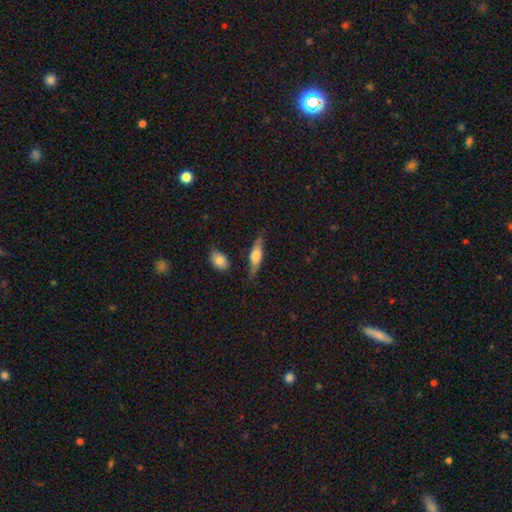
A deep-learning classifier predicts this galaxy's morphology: This is possibly a smooth galaxy (52%). How rounded: possibly cigar-shaped (54%). Merging: likely none (75%).